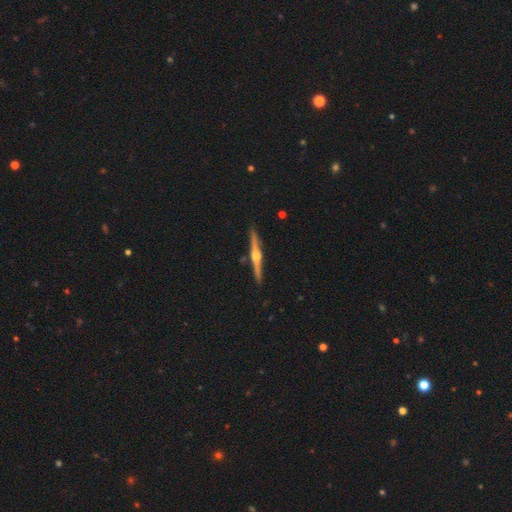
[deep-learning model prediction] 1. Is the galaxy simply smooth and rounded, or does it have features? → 83% featured or disk, 12% smooth, 5% star or artifact.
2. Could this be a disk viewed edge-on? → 99% yes, 1% no.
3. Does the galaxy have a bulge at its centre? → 94% rounded, 3% boxy, 2% none.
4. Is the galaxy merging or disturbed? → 90% none, 6% minor disturbance, 2% merger, 1% major disturbance.